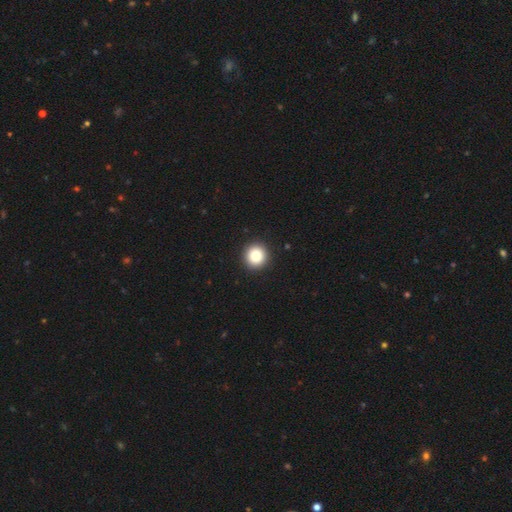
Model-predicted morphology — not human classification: A smooth galaxy with no disk features (83%) that is round (95%). Merging: none (94%).